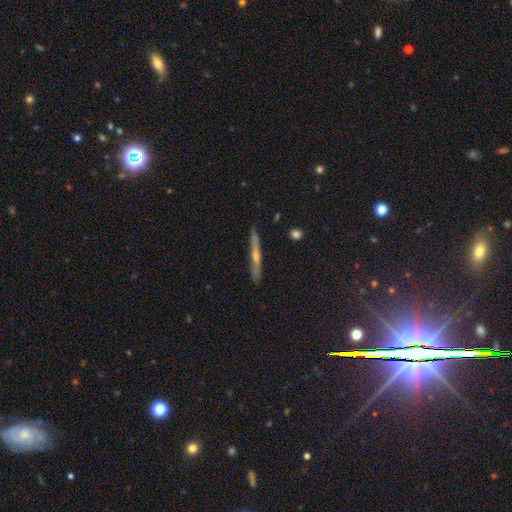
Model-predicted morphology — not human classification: featured or disk 63%, smooth 27%, star or artifact 10%. Down the decision tree: edge-on disk — yes (94%); edge-on bulge — rounded (74%); merging — none (86%).